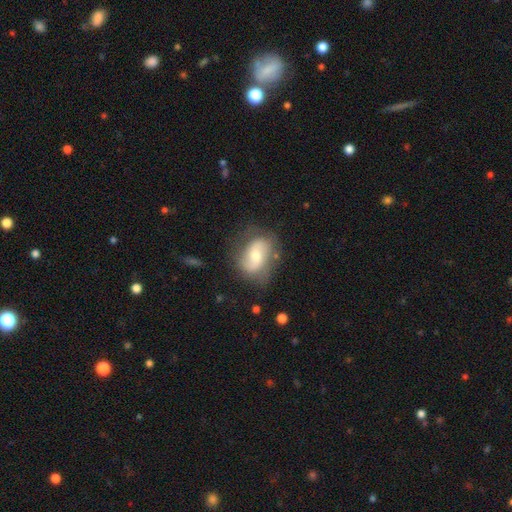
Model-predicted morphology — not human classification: This is possibly a featured or disk galaxy (59%). It is clearly not viewed edge-on (95%). Bar: possibly no (49%). Spiral arm pattern: clearly yes (80%). Central bulge: possibly moderate (59%). Merging: likely none (65%).